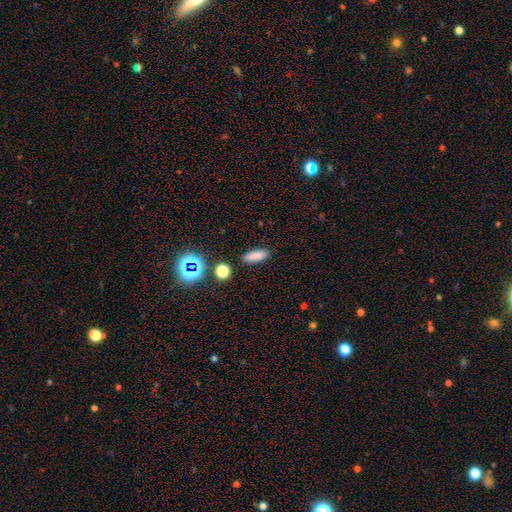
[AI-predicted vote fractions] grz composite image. It shows a smooth galaxy with no disk features (81%) that is in between round and cigar-shaped (59%). Merging: none (87%).